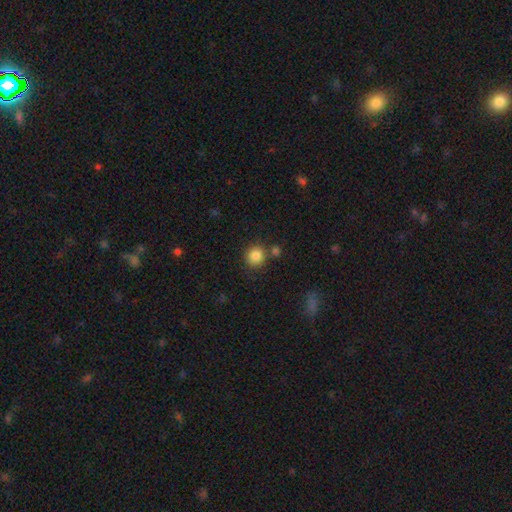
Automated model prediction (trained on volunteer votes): Smooth or featured? Predicted: smooth (p=0.85). How rounded? Predicted: round (p=0.89). Merging? Predicted: none (p=0.78).